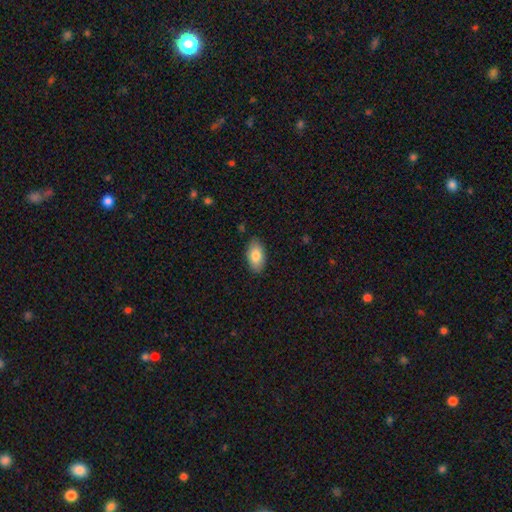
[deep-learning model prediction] Smooth or featured?
  - smooth: 82% *
  - featured or disk: 12%
  - star or artifact: 6%
How rounded?
  - in between: 94% *
  - round: 4%
  - cigar-shaped: 3%
Merging?
  - none: 86% *
  - minor disturbance: 11%
  - major disturbance: 2%
  - merger: 1%